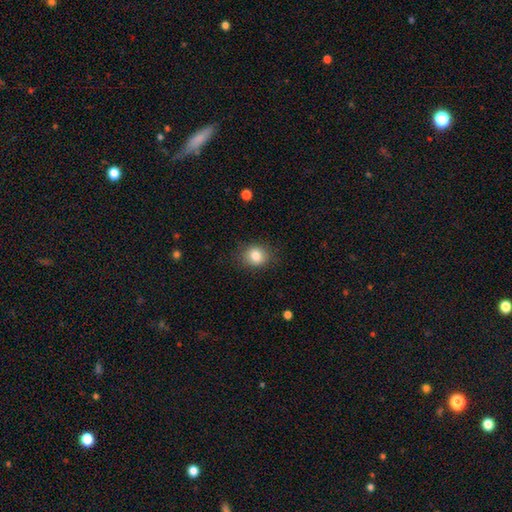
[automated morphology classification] This appears to be a smooth galaxy with no disk features (83%) that is round (63%). Merging: none (83%).